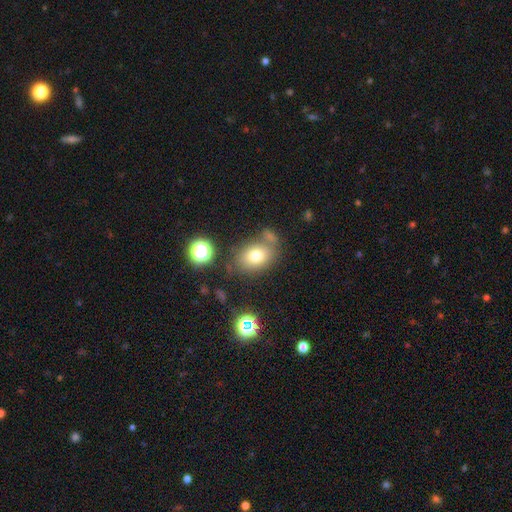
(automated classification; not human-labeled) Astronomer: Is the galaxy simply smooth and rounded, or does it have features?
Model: smooth — 74%.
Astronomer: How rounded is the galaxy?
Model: in between — 66%.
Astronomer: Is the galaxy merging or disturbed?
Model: none — 63%.